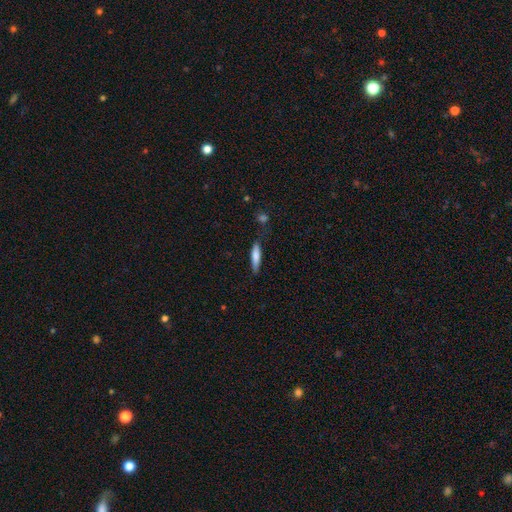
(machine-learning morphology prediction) Smooth or featured?
  - smooth: 72% *
  - featured or disk: 22%
  - star or artifact: 6%
How rounded?
  - cigar-shaped: 81% *
  - in between: 18%
  - round: 2%
Merging?
  - none: 74% *
  - minor disturbance: 18%
  - major disturbance: 5%
  - merger: 4%